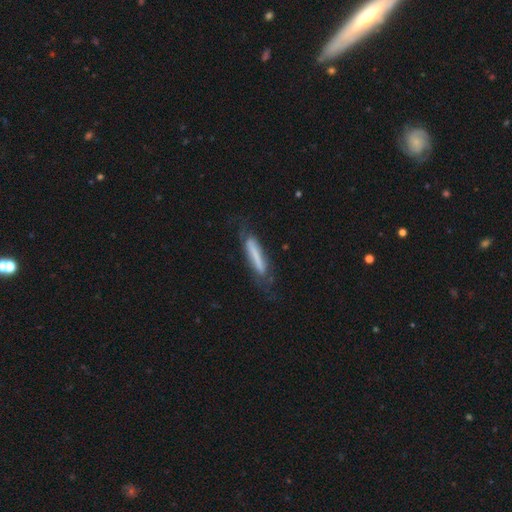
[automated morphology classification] type=smooth (58%); roundness=cigar-shaped (89%); merging=none (58%).